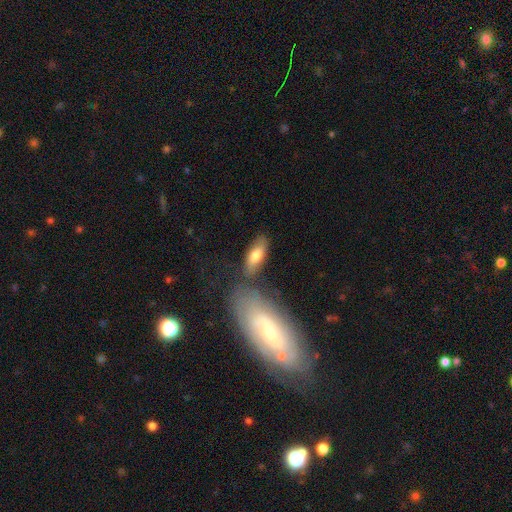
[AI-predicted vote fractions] A smooth galaxy with no disk features (72%) that is in between round and cigar-shaped (76%). Merging: none (66%).